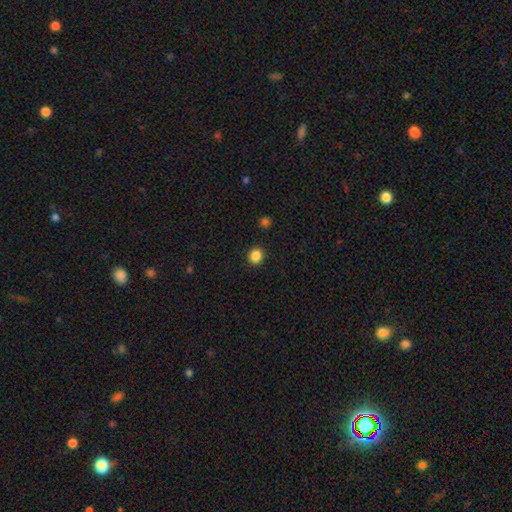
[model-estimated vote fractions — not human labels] Overall: smooth (86%). How rounded: round (88%). Merging: none (92%).